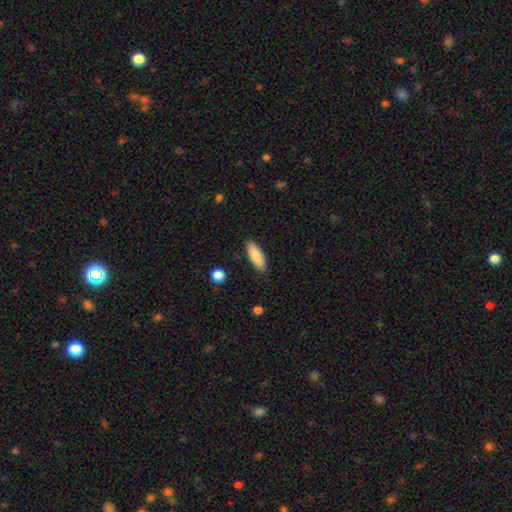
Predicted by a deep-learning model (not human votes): Smooth or featured? smooth (84%)
How rounded? in between (57%)
Merging? none (88%)